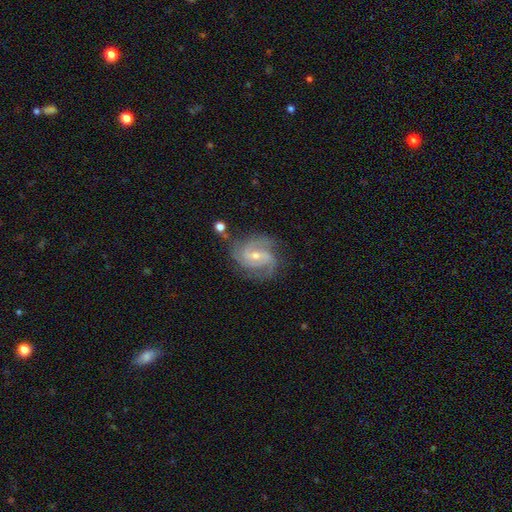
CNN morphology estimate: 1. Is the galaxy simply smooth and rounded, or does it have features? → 87% featured or disk, 7% smooth, 6% star or artifact.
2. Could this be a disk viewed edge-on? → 97% no, 3% yes.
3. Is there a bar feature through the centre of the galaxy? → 52% weak, 29% no, 19% strong.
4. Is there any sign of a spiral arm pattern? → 97% yes, 3% no.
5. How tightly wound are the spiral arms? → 48% medium, 38% tight, 13% loose.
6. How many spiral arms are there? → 39% 3, 33% 2, 12% can't tell, 8% 4, 4% 1, 4% more than 4.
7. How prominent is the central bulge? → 53% small, 43% moderate, 1% none, 1% large, 1% dominant.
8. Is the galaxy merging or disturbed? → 69% none, 20% minor disturbance, 8% major disturbance, 3% merger.